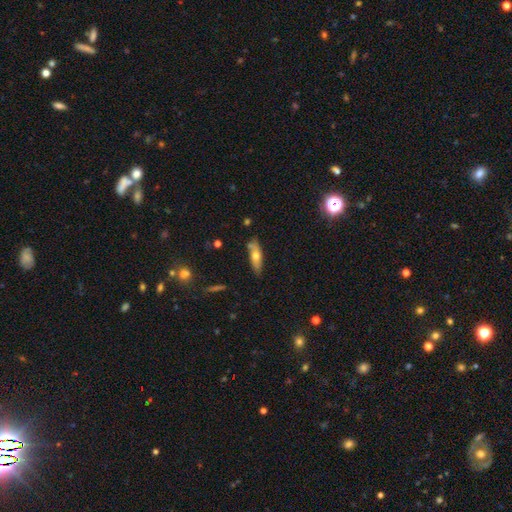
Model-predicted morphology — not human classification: Smooth or featured: smooth — 59% (featured or disk — 34%)
How rounded: cigar-shaped — 53% (in between — 44%)
Merging: none — 76% (minor disturbance — 16%)